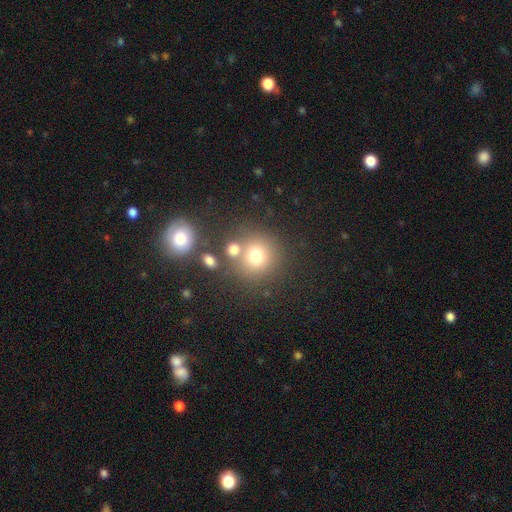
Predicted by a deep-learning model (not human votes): This appears to be a smooth galaxy with no disk features (72%) that is round (89%). Merging: none (65%).